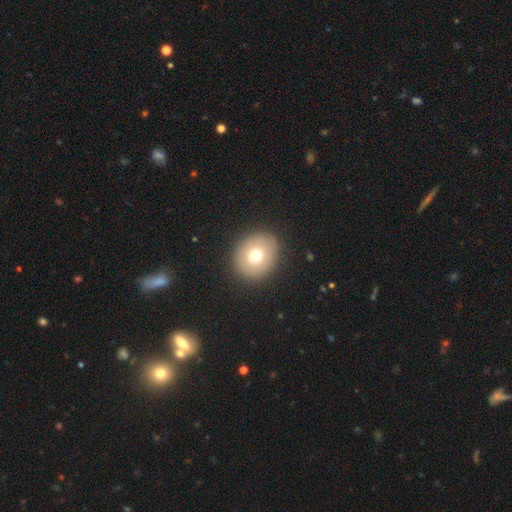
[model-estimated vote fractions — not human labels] smooth-or-featured: smooth: 71% | featured or disk: 18% | star or artifact: 11%
  how-rounded: round: 75% | in between: 24% | cigar-shaped: 1%
  merging: none: 90% | minor disturbance: 7% | major disturbance: 3% | merger: 1%